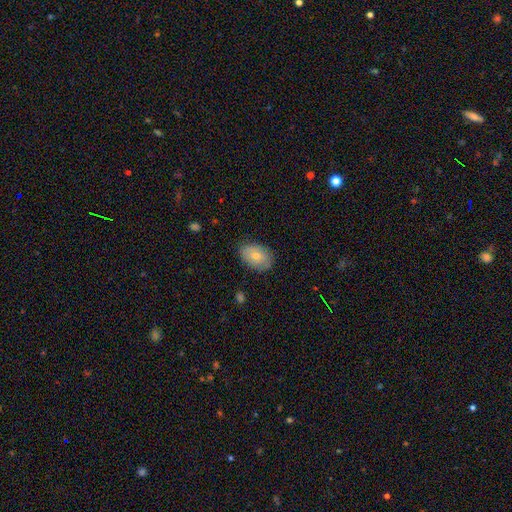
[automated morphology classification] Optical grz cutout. It shows a smooth galaxy with no disk features (70%) that is in between round and cigar-shaped (80%). Merging: none (81%).